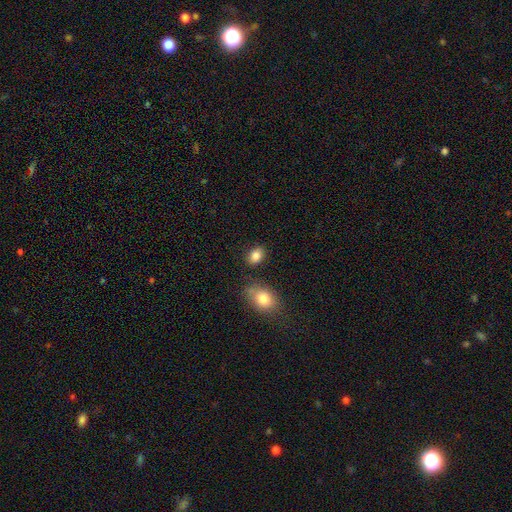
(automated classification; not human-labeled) Smooth or featured? smooth (85%)
How rounded? in between (78%)
Merging? none (80%)